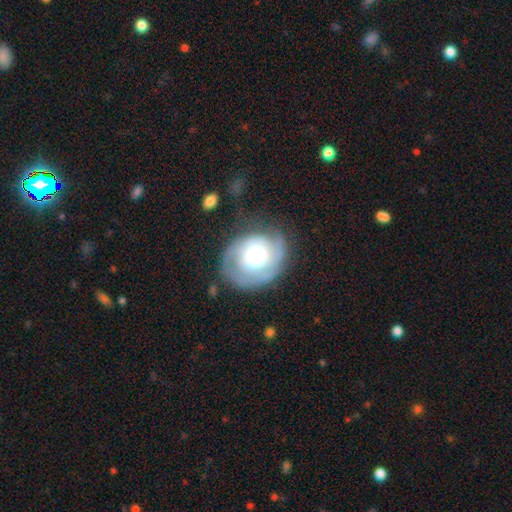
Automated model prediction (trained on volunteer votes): A featured or disk galaxy (64%) with no bar (78%), spiral arms (79%) and a moderate central bulge (52%).

Vote fractions:
- Smooth or featured? featured or disk: 64% / smooth: 30% / star or artifact: 7%
- Edge-on disk? no: 97% / yes: 3%
- Bar? no: 78% / weak: 19% / strong: 4%
- Spiral arms? yes: 79% / no: 21%
- Bulge size? moderate: 52% / large: 31% / small: 12% / dominant: 4% / none: 1%
- Merging? none: 57% / minor disturbance: 24% / major disturbance: 16% / merger: 3%